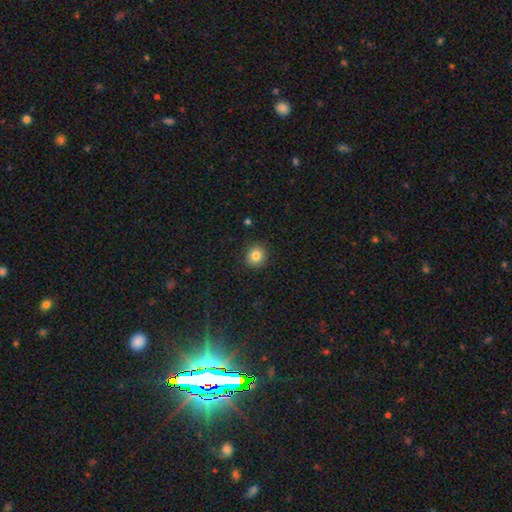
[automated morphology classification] Smooth or featured? smooth (84%)
How rounded? round (83%)
Merging? none (91%)